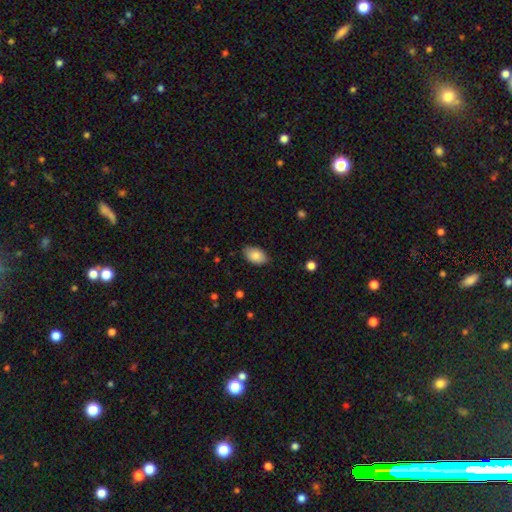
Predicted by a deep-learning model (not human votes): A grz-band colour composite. It shows a smooth galaxy with no disk features (83%) that is in between round and cigar-shaped (91%). Merging: none (83%).